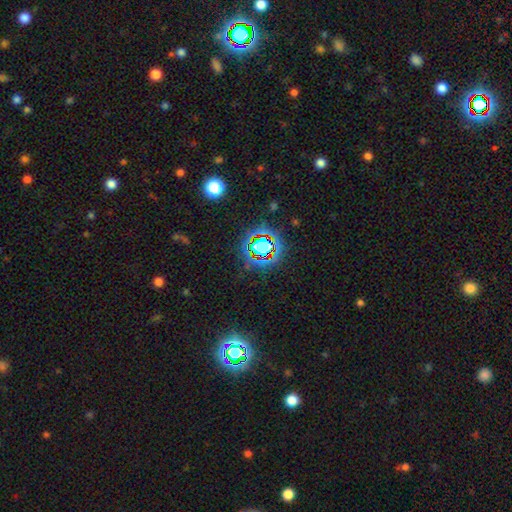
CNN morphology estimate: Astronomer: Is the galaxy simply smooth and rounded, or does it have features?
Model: star or artifact — 77%.